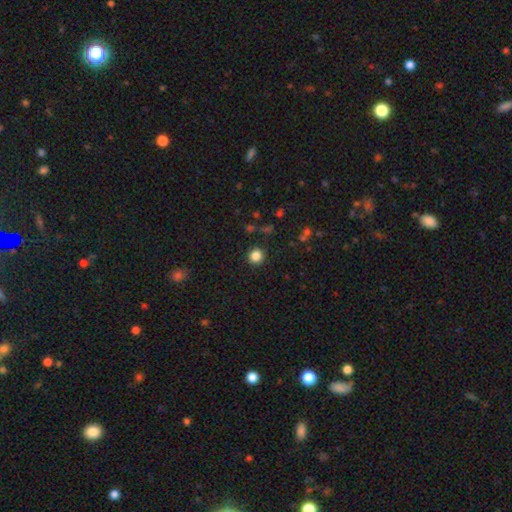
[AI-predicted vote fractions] Overall: smooth (84%). How rounded: round (93%). Merging: none (91%).